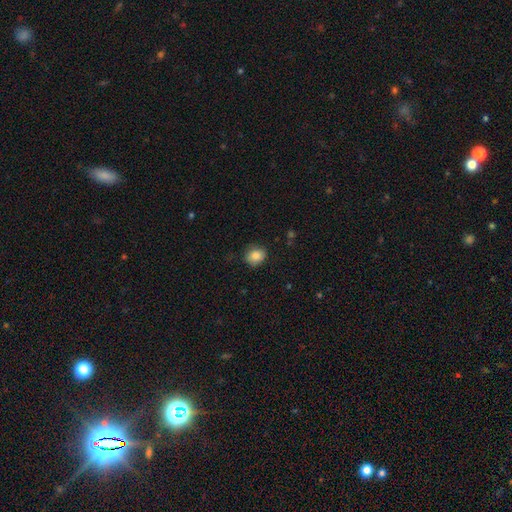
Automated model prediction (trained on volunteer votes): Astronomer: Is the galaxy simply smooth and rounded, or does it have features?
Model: smooth — 85%.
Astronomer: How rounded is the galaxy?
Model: round — 73%.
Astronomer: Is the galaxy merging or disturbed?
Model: none — 82%.